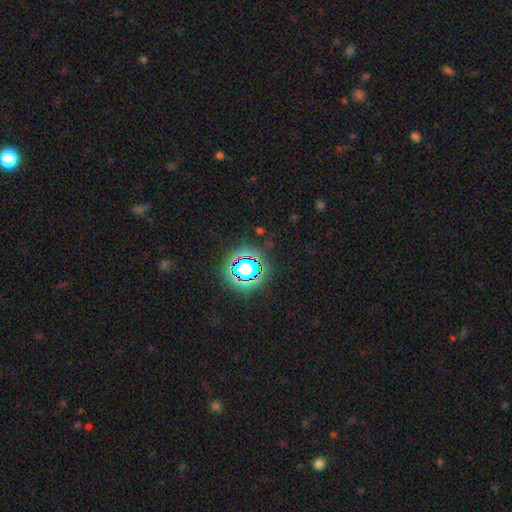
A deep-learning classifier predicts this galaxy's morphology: Smooth or featured? star or artifact (77%)